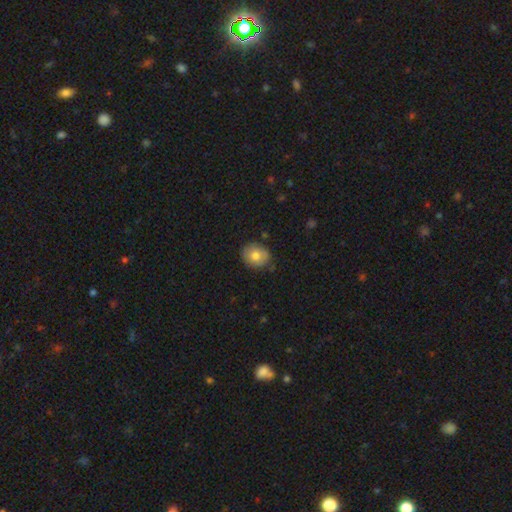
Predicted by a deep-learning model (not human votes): Smooth or featured: smooth — 75% (featured or disk — 17%)
How rounded: round — 67% (in between — 32%)
Merging: none — 81% (minor disturbance — 15%)